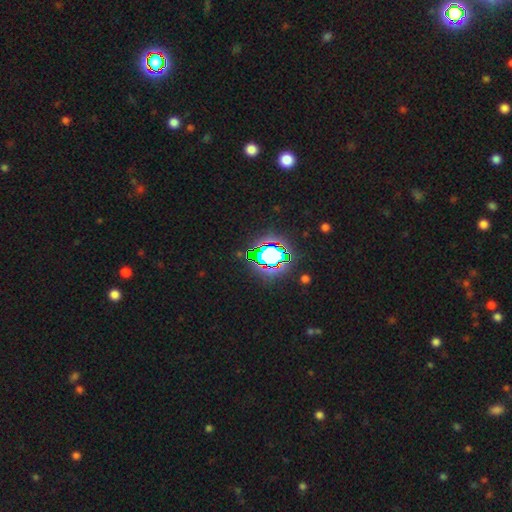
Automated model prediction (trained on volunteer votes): smooth-or-featured: star or artifact: 81% | smooth: 11% | featured or disk: 7%